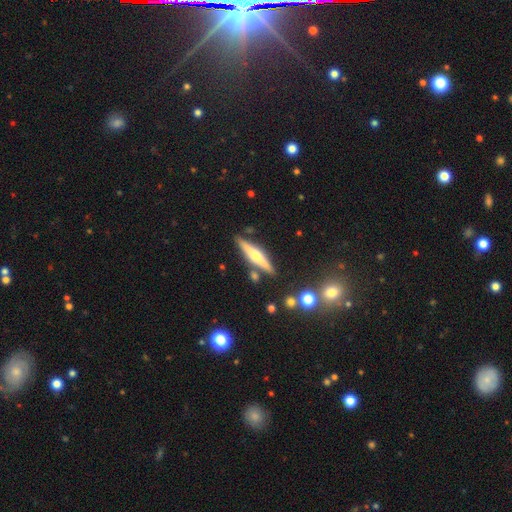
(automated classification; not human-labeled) This appears to be a featured or disk galaxy (61%) viewed edge-on (96%) with a rounded central bulge (87%). Merging: none (83%).